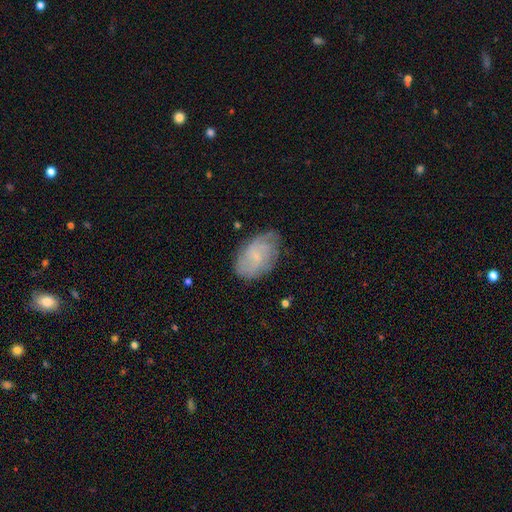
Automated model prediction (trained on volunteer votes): smooth_or_featured: featured or disk (p=0.60) [alt: smooth p=0.32]
disk_edge_on: no (p=0.97) [alt: yes p=0.03]
bar: no (p=0.55) [alt: weak p=0.39]
has_spiral_arms: yes (p=0.88) [alt: no p=0.12]
spiral_winding: tight (p=0.44) [alt: medium p=0.38]
spiral_arm_count: can't tell (p=0.45) [alt: 2 p=0.22]
bulge_size: small (p=0.63) [alt: none p=0.23]
merging: none (p=0.68) [alt: minor disturbance p=0.23]